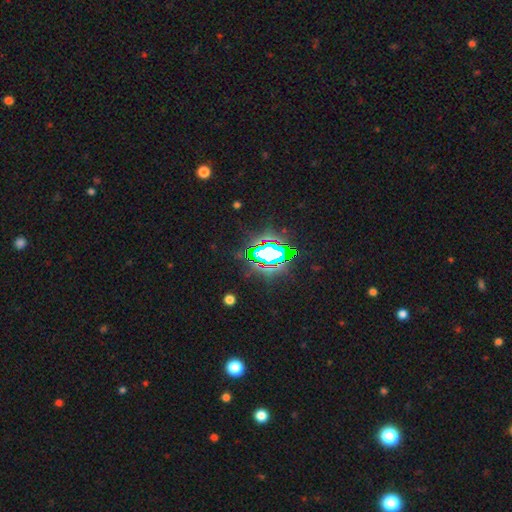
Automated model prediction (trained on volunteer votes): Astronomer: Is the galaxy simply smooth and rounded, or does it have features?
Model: star or artifact — 84%.